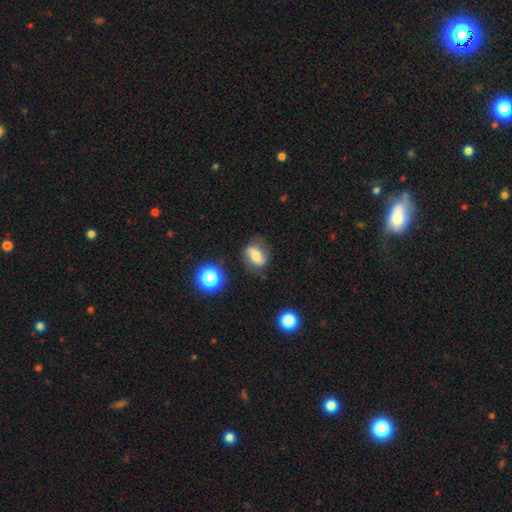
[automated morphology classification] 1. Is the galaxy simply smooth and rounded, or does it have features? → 51% smooth, 37% featured or disk, 11% star or artifact.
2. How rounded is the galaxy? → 69% in between, 26% round, 5% cigar-shaped.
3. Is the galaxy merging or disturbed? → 71% none, 19% minor disturbance, 6% major disturbance, 3% merger.